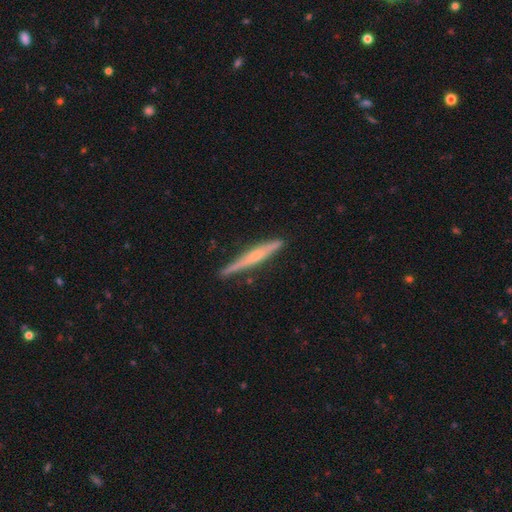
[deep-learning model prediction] This appears to be a featured or disk galaxy (62%) viewed edge-on (98%) with a rounded central bulge (57%). Merging: none (86%).